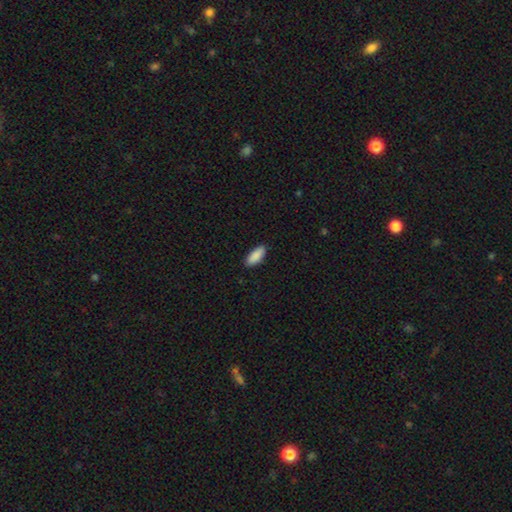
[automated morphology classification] Overall: smooth (90%). How rounded: in between (78%). Merging: none (89%).